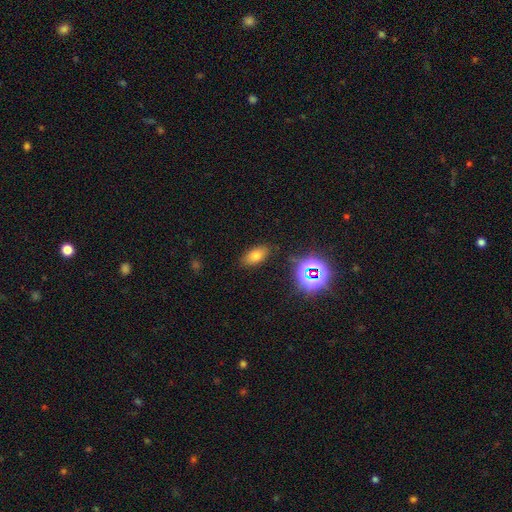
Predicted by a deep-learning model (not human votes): Morphology: type=smooth (69%); roundness=in between (88%); merging=none (85%).